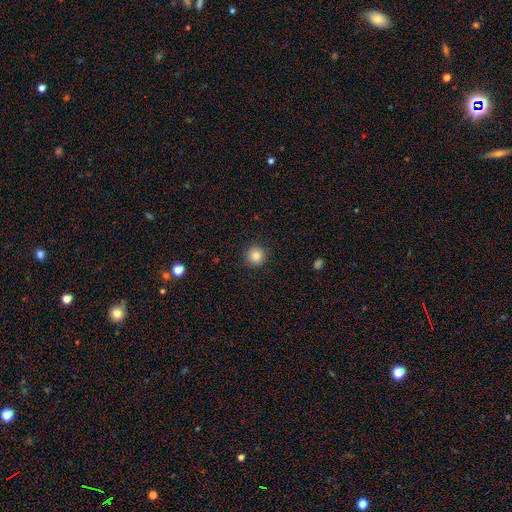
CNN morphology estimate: Overall: smooth (85%). How rounded: round (94%). Merging: none (91%).